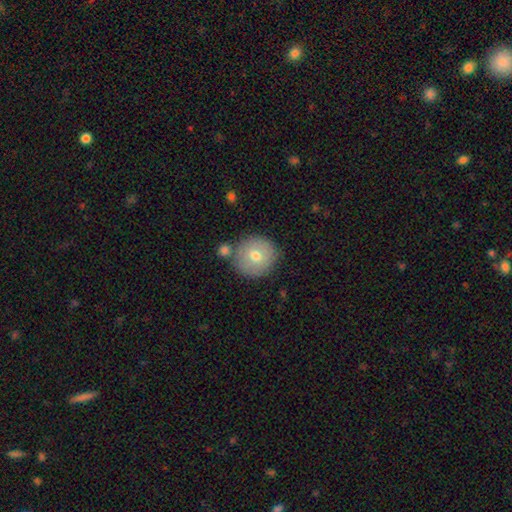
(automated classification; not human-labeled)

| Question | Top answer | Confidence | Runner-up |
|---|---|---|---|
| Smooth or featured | smooth | 71% | featured or disk (20%) |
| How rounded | round | 92% | in between (7%) |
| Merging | none | 74% | minor disturbance (12%) |